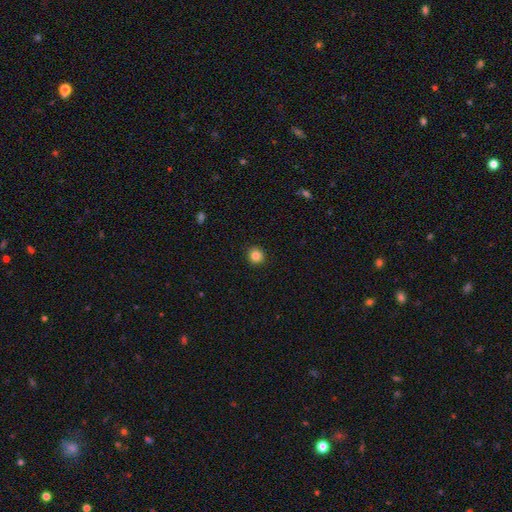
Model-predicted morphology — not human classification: Smooth or featured: smooth — 85% (star or artifact — 11%)
How rounded: round — 92% (in between — 7%)
Merging: none — 92% (minor disturbance — 5%)